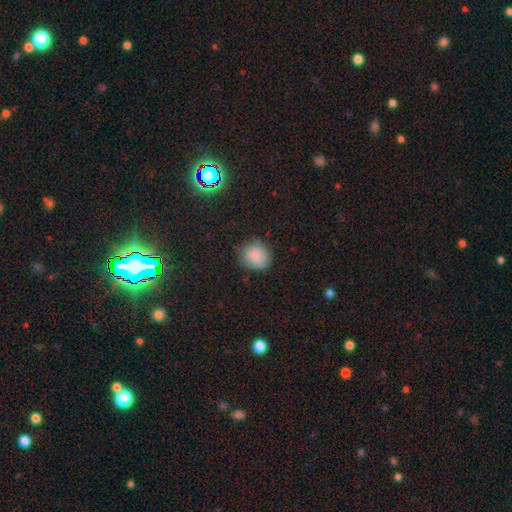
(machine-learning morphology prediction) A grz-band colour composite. It shows a smooth galaxy with no disk features (83%) that is round (84%). Merging: none (76%).